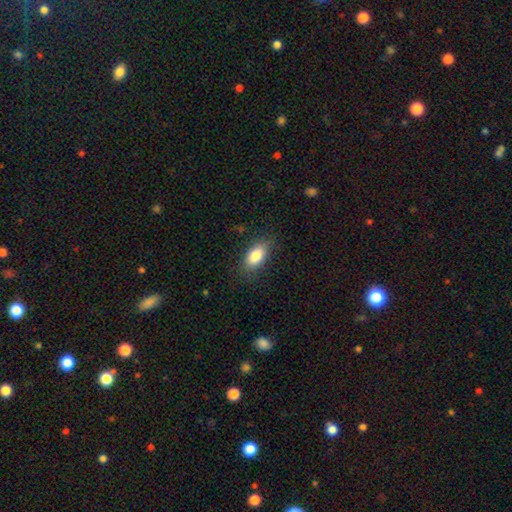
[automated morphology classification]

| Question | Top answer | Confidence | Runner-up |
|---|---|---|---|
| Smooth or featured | smooth | 83% | featured or disk (9%) |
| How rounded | in between | 90% | round (5%) |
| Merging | none | 81% | minor disturbance (14%) |